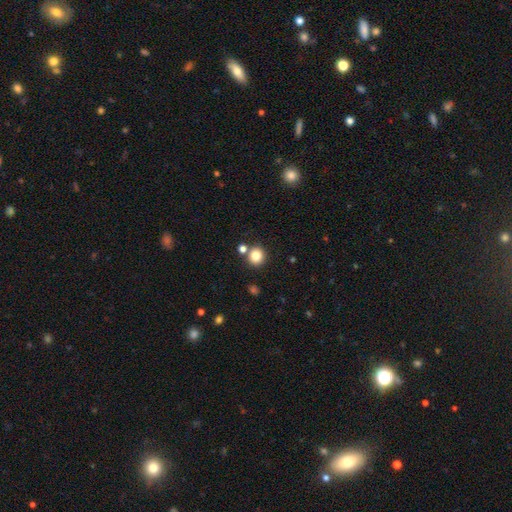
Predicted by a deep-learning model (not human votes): A smooth galaxy with no disk features (82%) that is round (90%). Merging: none (78%).